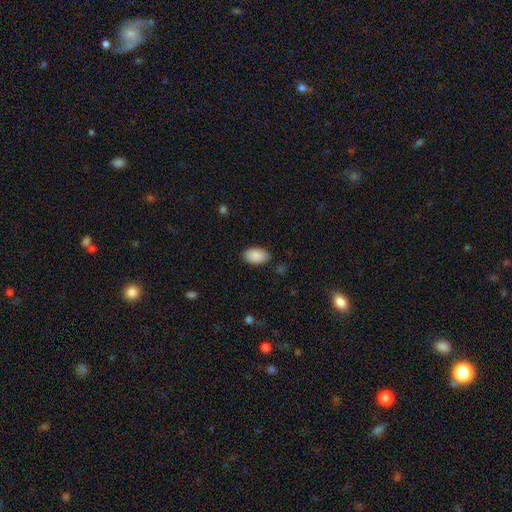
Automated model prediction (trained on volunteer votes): A smooth galaxy with no disk features (89%) that is in between round and cigar-shaped (94%). Merging: none (86%).